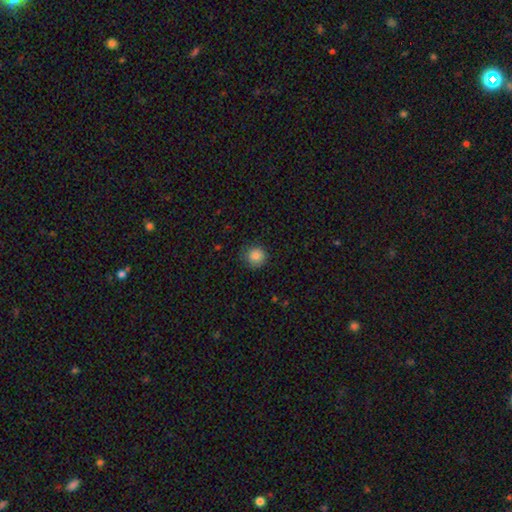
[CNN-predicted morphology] smooth-or-featured: smooth: 84% | star or artifact: 10% | featured or disk: 6%
  how-rounded: round: 92% | in between: 7% | cigar-shaped: 1%
  merging: none: 82% | minor disturbance: 14% | major disturbance: 3% | merger: 1%